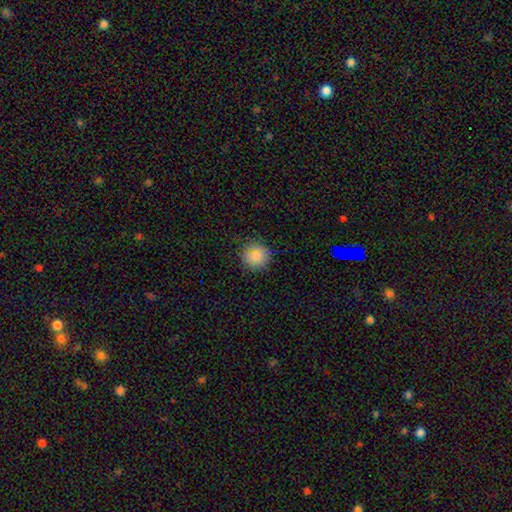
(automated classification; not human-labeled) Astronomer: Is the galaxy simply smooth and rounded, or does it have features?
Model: smooth — 84%.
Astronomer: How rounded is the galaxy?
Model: round — 91%.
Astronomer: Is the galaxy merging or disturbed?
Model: none — 82%.